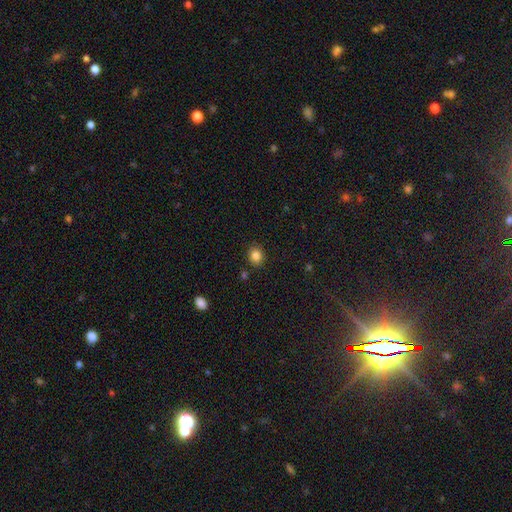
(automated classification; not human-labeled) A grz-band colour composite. It shows a smooth galaxy with no disk features (84%) that is round (67%). Merging: none (87%).